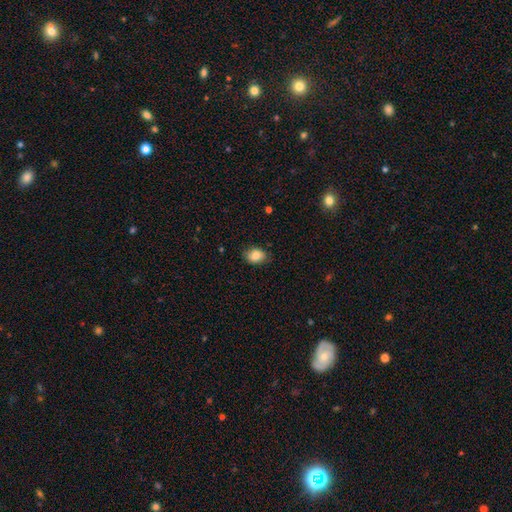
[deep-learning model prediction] Q: Smooth or featured?
A: smooth (83%); runner-up: featured or disk (8%)
Q: How rounded?
A: in between (69%); runner-up: round (30%)
Q: Merging?
A: none (83%); runner-up: minor disturbance (14%)